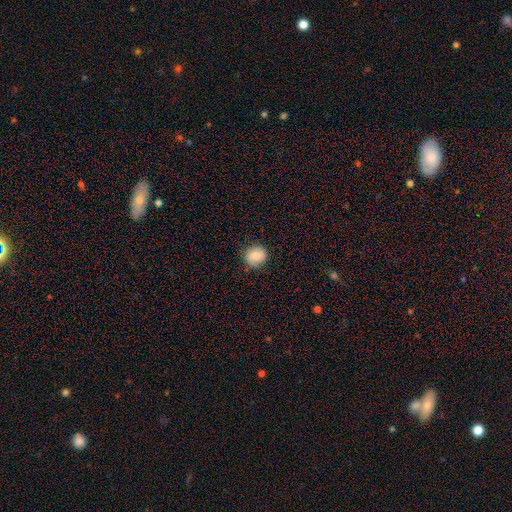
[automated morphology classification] smooth-or-featured: smooth: 75% | featured or disk: 16% | star or artifact: 8%
  how-rounded: round: 85% | in between: 14% | cigar-shaped: 1%
  merging: none: 83% | minor disturbance: 13% | major disturbance: 3% | merger: 1%